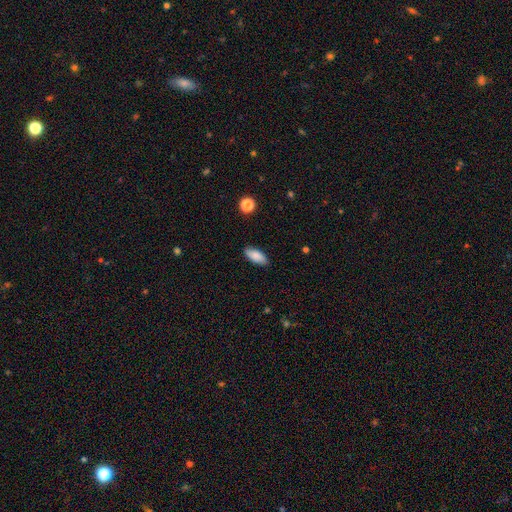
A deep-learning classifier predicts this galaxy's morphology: type=smooth (86%); roundness=in between (85%); merging=none (86%).